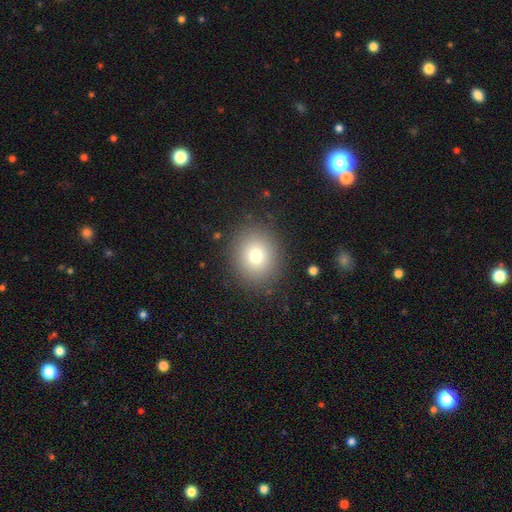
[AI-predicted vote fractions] Q: Smooth or featured?
A: smooth (76%); runner-up: star or artifact (13%)
Q: How rounded?
A: round (72%); runner-up: in between (27%)
Q: Merging?
A: none (87%); runner-up: minor disturbance (8%)